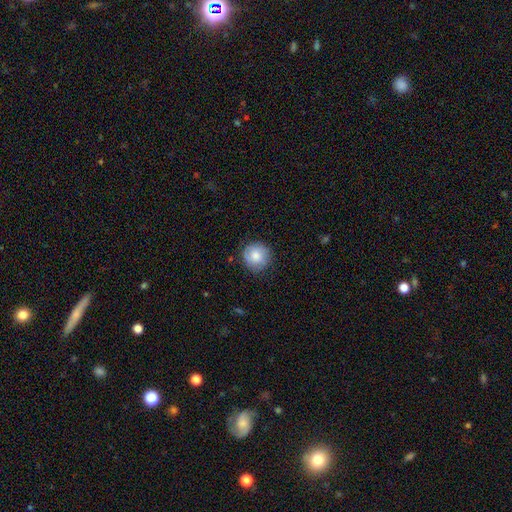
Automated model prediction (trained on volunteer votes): A smooth galaxy with no disk features (73%) that is round (92%).

Vote fractions:
- Smooth or featured? smooth: 73% / featured or disk: 19% / star or artifact: 7%
- How rounded? round: 92% / in between: 7% / cigar-shaped: 1%
- Merging? none: 82% / minor disturbance: 13% / major disturbance: 3% / merger: 1%